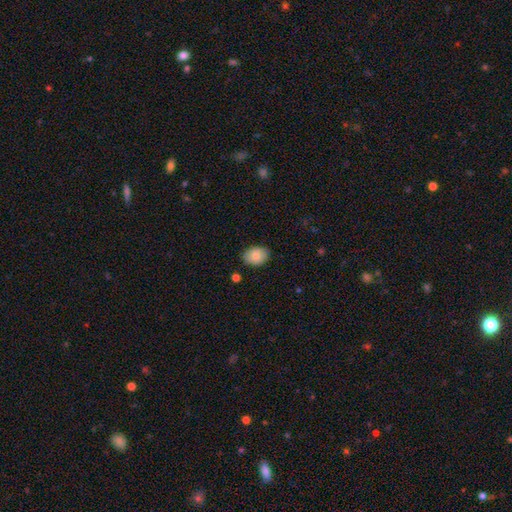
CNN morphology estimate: This is clearly a smooth galaxy (86%). How rounded: likely in between (74%). Merging: clearly none (84%).